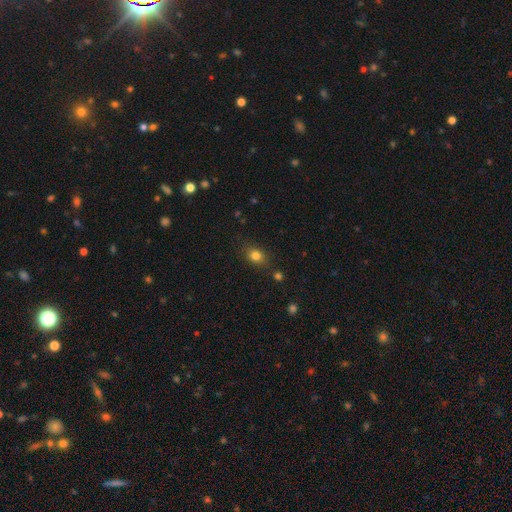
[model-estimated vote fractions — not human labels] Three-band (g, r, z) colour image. It shows a smooth galaxy with no disk features (81%) that is in between round and cigar-shaped (59%). Merging: none (79%).